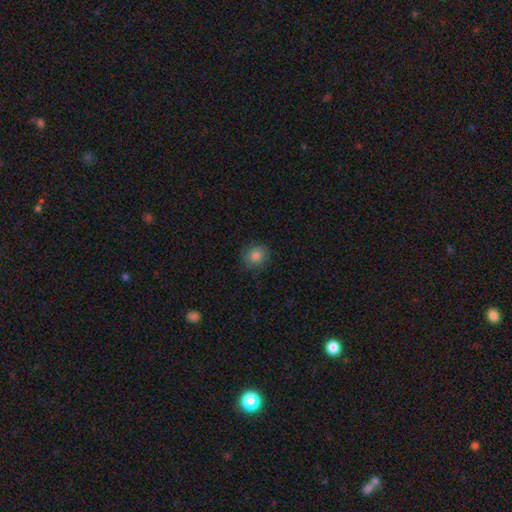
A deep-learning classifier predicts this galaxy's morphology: Q: Smooth or featured?
A: smooth (84%); runner-up: star or artifact (10%)
Q: How rounded?
A: round (81%); runner-up: in between (18%)
Q: Merging?
A: none (83%); runner-up: minor disturbance (13%)